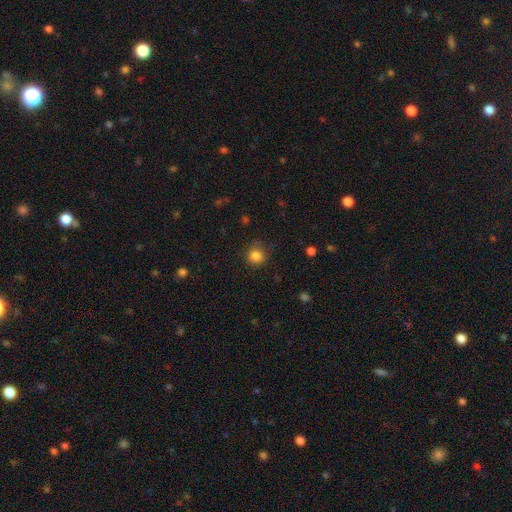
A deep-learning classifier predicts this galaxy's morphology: A smooth galaxy with no disk features (84%) that is round (89%). Merging: none (82%).